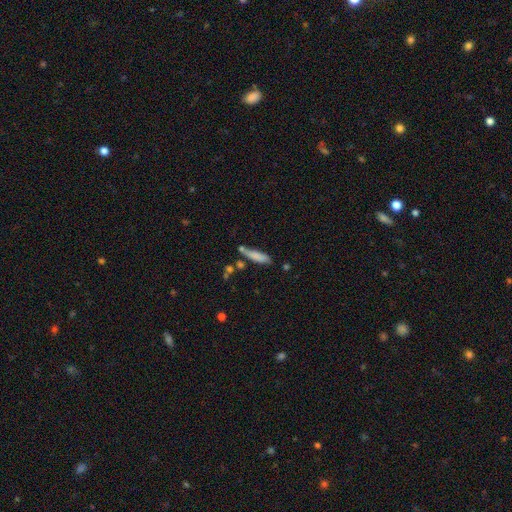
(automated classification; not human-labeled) Smooth or featured: smooth — 75% (featured or disk — 17%)
How rounded: cigar-shaped — 73% (in between — 25%)
Merging: none — 56% (minor disturbance — 23%)